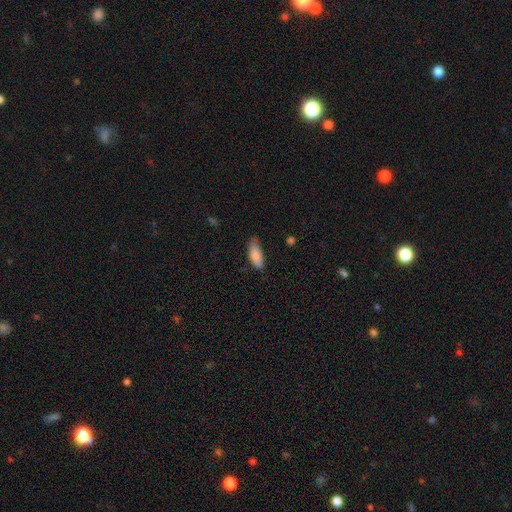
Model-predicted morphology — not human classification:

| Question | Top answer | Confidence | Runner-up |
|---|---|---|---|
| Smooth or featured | smooth | 86% | featured or disk (8%) |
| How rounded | in between | 71% | cigar-shaped (27%) |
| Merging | none | 62% | minor disturbance (30%) |